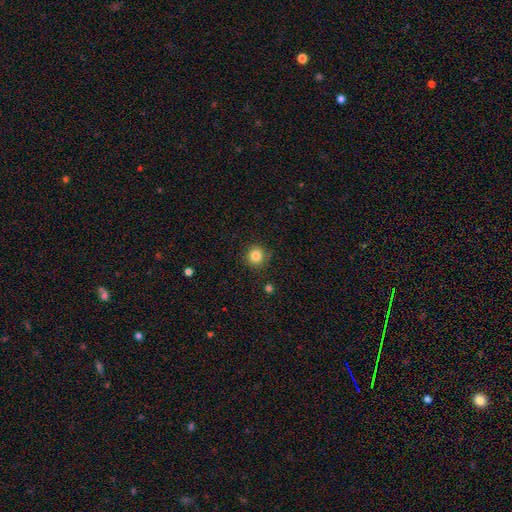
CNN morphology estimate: Q: Smooth or featured?
A: smooth (84%); runner-up: star or artifact (11%)
Q: How rounded?
A: round (92%); runner-up: in between (7%)
Q: Merging?
A: none (87%); runner-up: minor disturbance (9%)